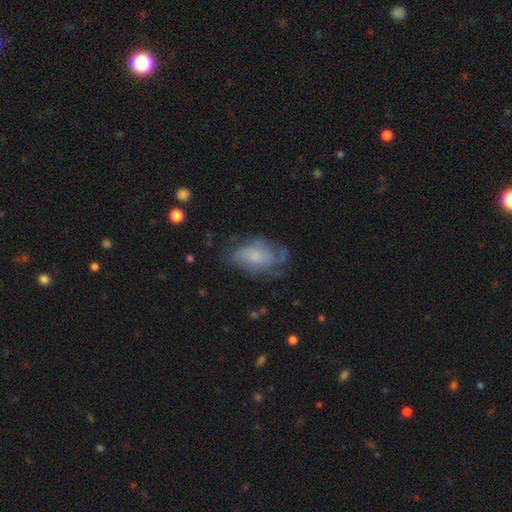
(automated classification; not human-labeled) A featured or disk galaxy (48%).

Vote fractions:
- Smooth or featured? featured or disk: 48% / smooth: 43% / star or artifact: 9%
- Merging? none: 54% / minor disturbance: 26% / major disturbance: 18% / merger: 2%